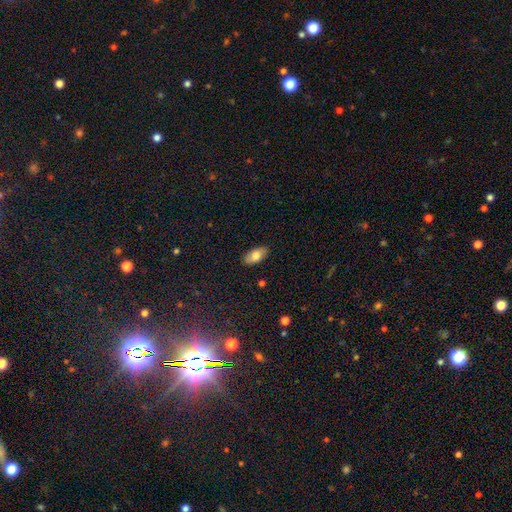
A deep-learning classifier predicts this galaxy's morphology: This appears to be a smooth galaxy with no disk features (75%) that is in between round and cigar-shaped (93%). Merging: none (85%).